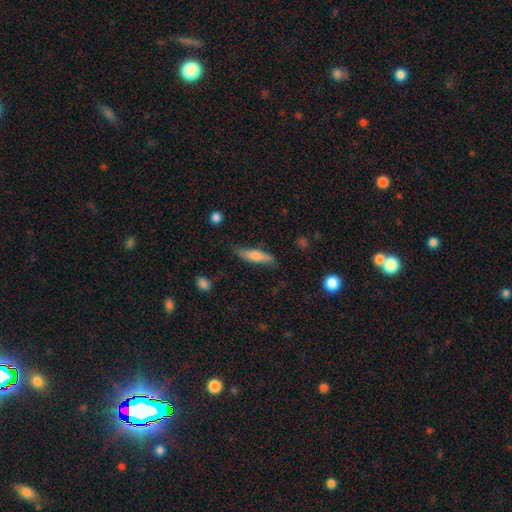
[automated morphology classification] Smooth or featured: smooth — 63% (featured or disk — 31%)
How rounded: cigar-shaped — 78% (in between — 20%)
Merging: none — 72% (minor disturbance — 21%)